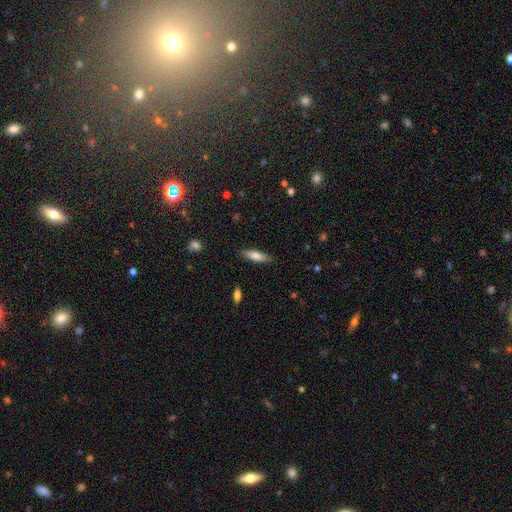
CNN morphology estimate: type=smooth (75%); roundness=cigar-shaped (56%); merging=none (86%).